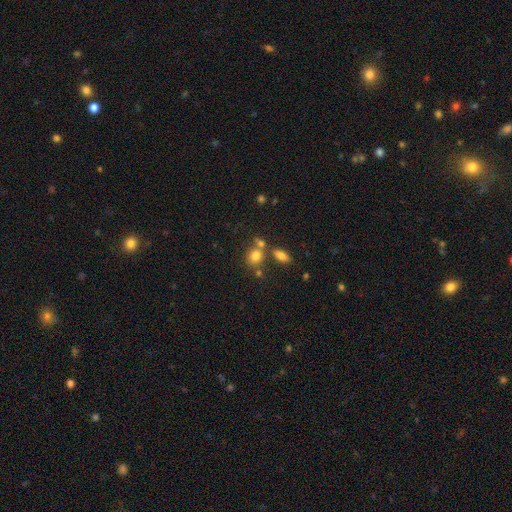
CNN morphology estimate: A smooth galaxy with no disk features (78%) that is round (63%).

Vote fractions:
- Smooth or featured? smooth: 78% / star or artifact: 12% / featured or disk: 10%
- How rounded? round: 63% / in between: 35% / cigar-shaped: 2%
- Merging? none: 55% / merger: 29% / minor disturbance: 12% / major disturbance: 5%